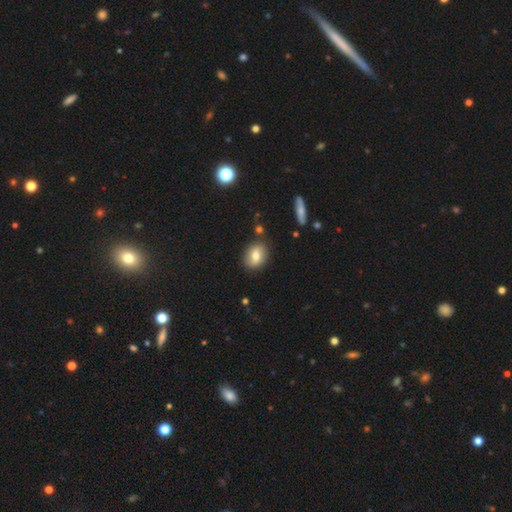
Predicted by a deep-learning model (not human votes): Smooth or featured? Predicted: smooth (p=0.74). How rounded? Predicted: in between (p=0.61). Merging? Predicted: none (p=0.83).